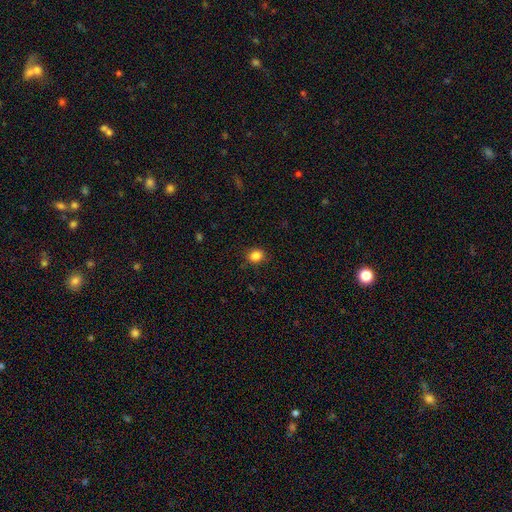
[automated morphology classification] A smooth galaxy with no disk features (85%) that is round (67%). Merging: none (87%).